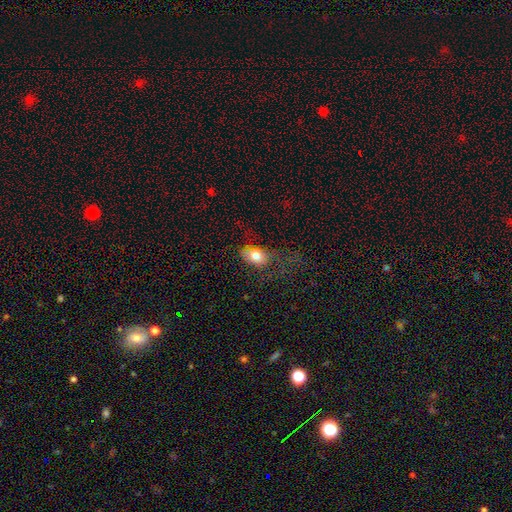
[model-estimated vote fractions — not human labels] This is likely a smooth galaxy (77%). How rounded: clearly in between (84%). Merging: marginally none (41%).